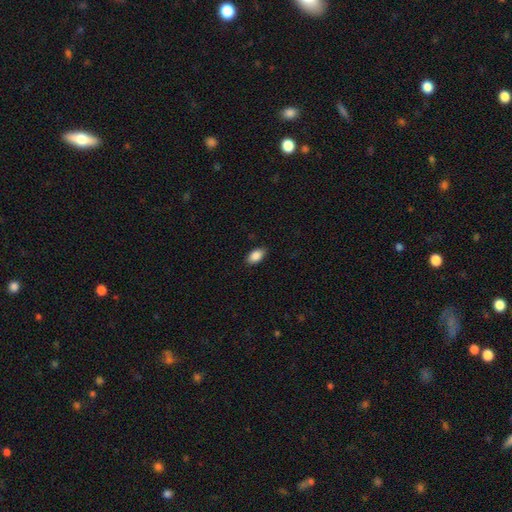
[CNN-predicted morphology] A smooth galaxy with no disk features (88%) that is in between round and cigar-shaped (92%). Merging: none (87%).